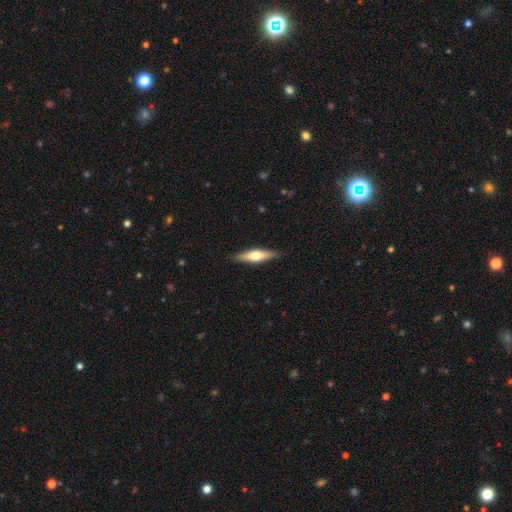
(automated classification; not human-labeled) smooth-or-featured: featured or disk: 48% | smooth: 47% | star or artifact: 6%
  merging: none: 87% | minor disturbance: 10% | major disturbance: 2% | merger: 1%